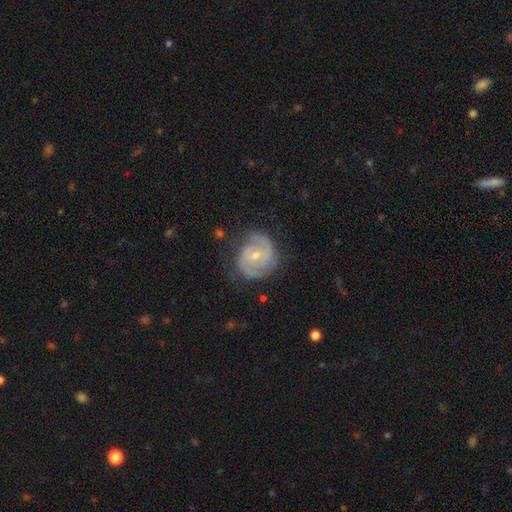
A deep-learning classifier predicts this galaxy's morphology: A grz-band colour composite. It shows a featured or disk galaxy (79%) with no bar (47%), 2 (65%) tight (48%) spiral arms (93%) and a small central bulge (61%). Merging: none (70%).